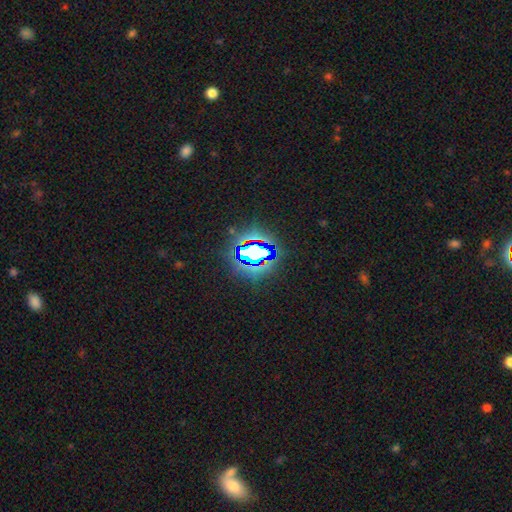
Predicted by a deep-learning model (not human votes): Smooth or featured? star or artifact (74%)